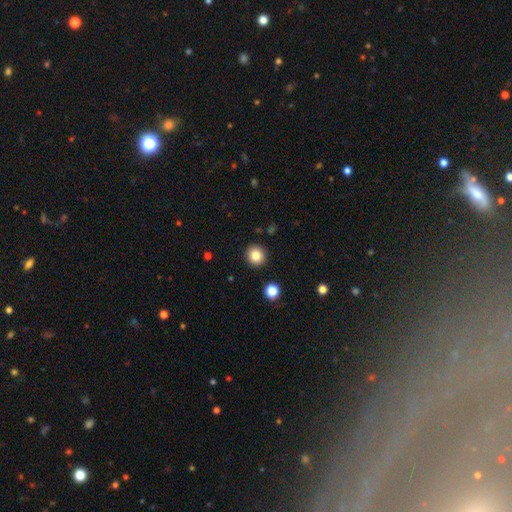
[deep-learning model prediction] smooth 84%, star or artifact 10%, featured or disk 6%. Down the decision tree: how rounded — round (92%); merging — none (92%).